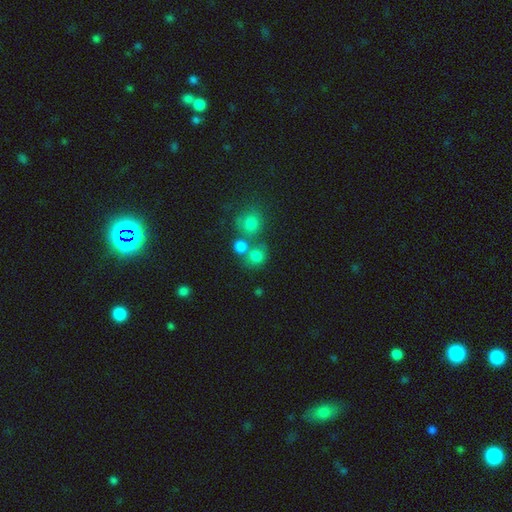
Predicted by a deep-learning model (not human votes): smooth-or-featured: smooth: 76% | star or artifact: 15% | featured or disk: 9%
  how-rounded: round: 80% | in between: 19% | cigar-shaped: 1%
  merging: none: 51% | merger: 33% | minor disturbance: 10% | major disturbance: 5%